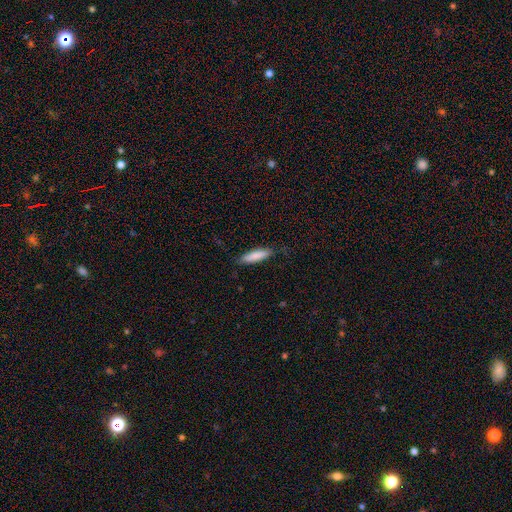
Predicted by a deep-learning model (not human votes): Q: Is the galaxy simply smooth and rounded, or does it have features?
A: smooth — 84%.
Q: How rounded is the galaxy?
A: cigar-shaped — 71%.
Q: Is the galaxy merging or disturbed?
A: none — 81%.